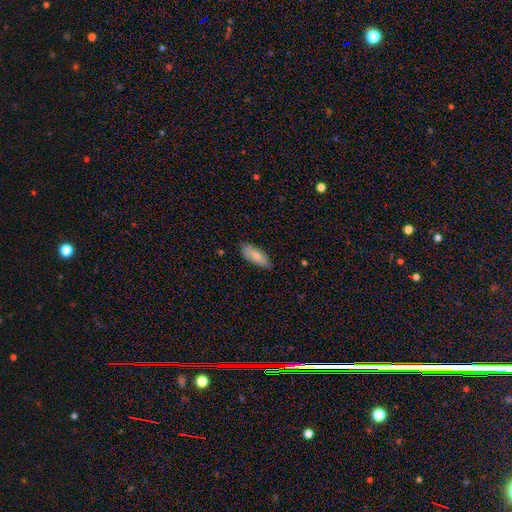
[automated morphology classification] Overall: smooth (81%). How rounded: in between (80%). Merging: none (77%).